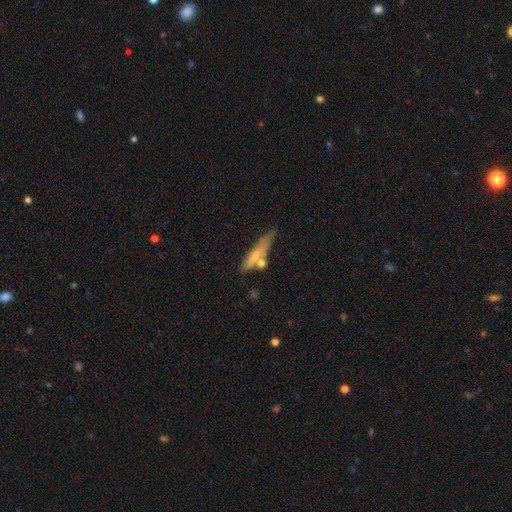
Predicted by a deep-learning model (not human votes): smooth_or_featured: smooth (p=0.59) [alt: featured or disk p=0.33]
how_rounded: cigar-shaped (p=0.75) [alt: in between p=0.22]
merging: none (p=0.49) [alt: minor disturbance p=0.23]